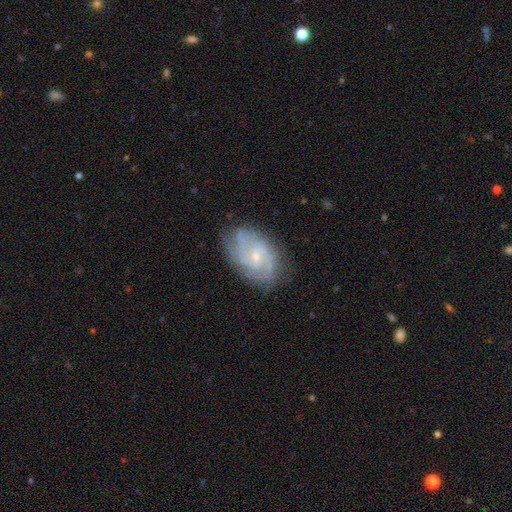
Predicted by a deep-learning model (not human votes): Smooth or featured: featured or disk — 81% (smooth — 12%)
Edge-on disk: no — 97% (yes — 3%)
Bar: no — 57% (weak — 37%)
Spiral arms: yes — 94% (no — 6%)
Spiral winding: tight — 47% (medium — 41%)
Spiral arm count: 2 — 33% (can't tell — 28%)
Bulge size: small — 71% (moderate — 24%)
Merging: none — 75% (minor disturbance — 18%)